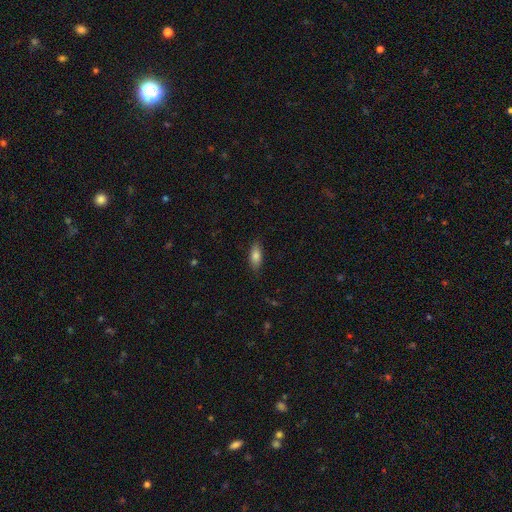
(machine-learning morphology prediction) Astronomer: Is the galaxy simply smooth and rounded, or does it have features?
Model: smooth — 81%.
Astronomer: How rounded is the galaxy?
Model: in between — 78%.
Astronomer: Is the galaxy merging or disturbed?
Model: none — 83%.